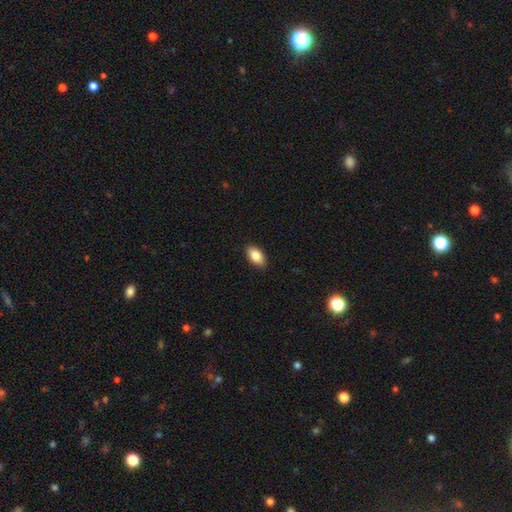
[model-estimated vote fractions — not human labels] Q: Smooth or featured?
A: smooth (86%); runner-up: featured or disk (7%)
Q: How rounded?
A: in between (92%); runner-up: round (4%)
Q: Merging?
A: none (88%); runner-up: minor disturbance (9%)